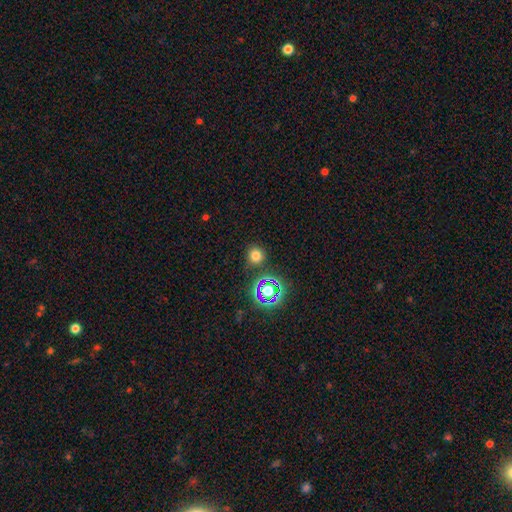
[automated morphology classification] A smooth galaxy with no disk features (70%) that is round (91%).

Vote fractions:
- Smooth or featured? smooth: 70% / star or artifact: 23% / featured or disk: 6%
- How rounded? round: 91% / in between: 8% / cigar-shaped: 1%
- Merging? none: 85% / minor disturbance: 8% / merger: 4% / major disturbance: 3%